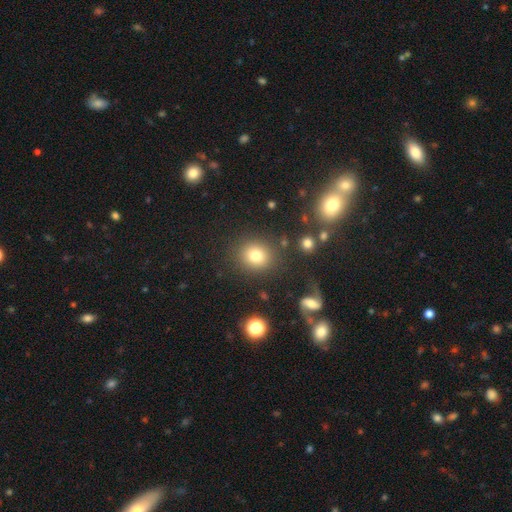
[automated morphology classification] This is likely a smooth galaxy (78%). How rounded: clearly round (83%). Merging: clearly none (85%).